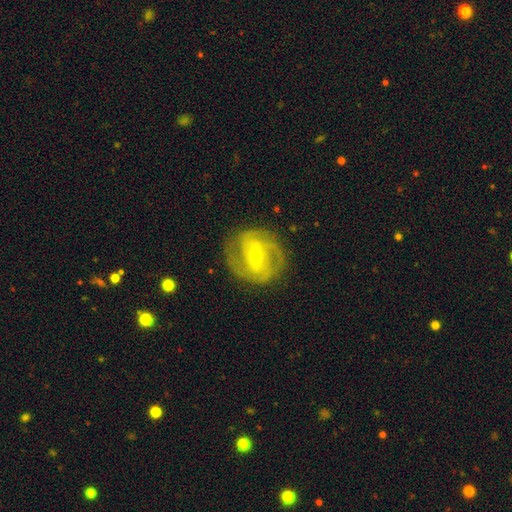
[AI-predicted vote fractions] Morphology: type=featured or disk (85%); edge-on=no (95%); bar=strong (57%); spiral arms=yes (89%); winding=medium (44%); arm count=2 (57%); bulge=small (58%); merging=none (78%).